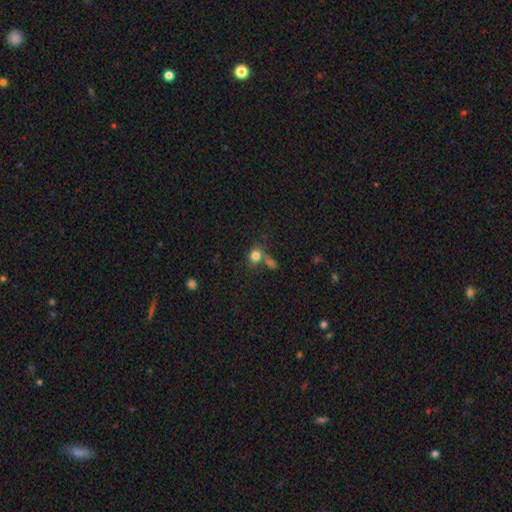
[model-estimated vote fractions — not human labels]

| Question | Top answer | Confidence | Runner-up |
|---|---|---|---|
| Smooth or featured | smooth | 80% | star or artifact (12%) |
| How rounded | round | 67% | in between (31%) |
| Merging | none | 51% | merger (29%) |